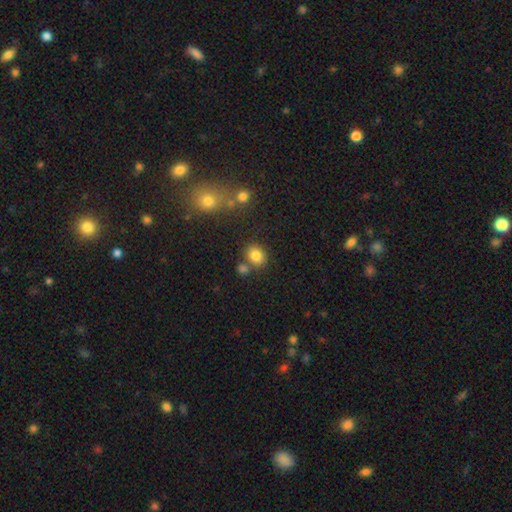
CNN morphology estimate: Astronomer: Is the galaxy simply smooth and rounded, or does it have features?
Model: smooth — 82%.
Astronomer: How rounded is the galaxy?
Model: round — 52% (runner-up: in between, 47%).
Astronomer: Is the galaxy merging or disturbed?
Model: none — 70%.